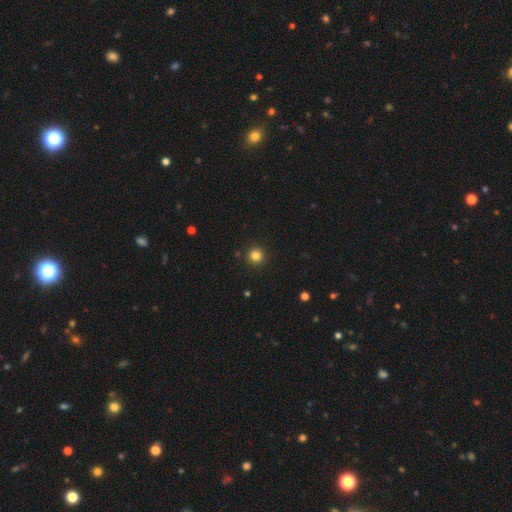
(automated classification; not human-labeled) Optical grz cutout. It shows a smooth galaxy with no disk features (82%) that is round (96%). Merging: none (92%).